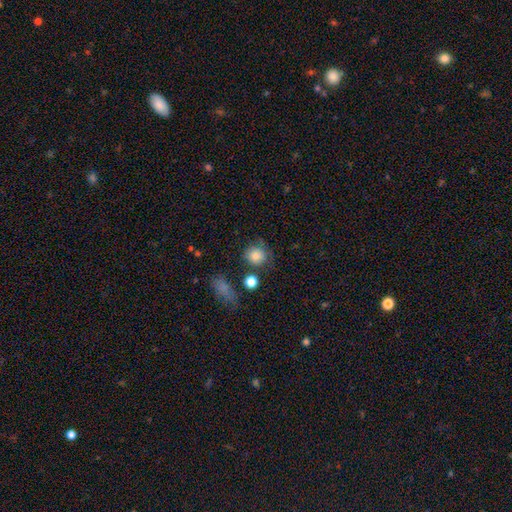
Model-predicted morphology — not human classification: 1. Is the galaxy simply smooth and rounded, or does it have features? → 83% smooth, 10% star or artifact, 8% featured or disk.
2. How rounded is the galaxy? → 84% round, 14% in between, 1% cigar-shaped.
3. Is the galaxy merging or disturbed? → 65% none, 18% minor disturbance, 9% merger, 8% major disturbance.